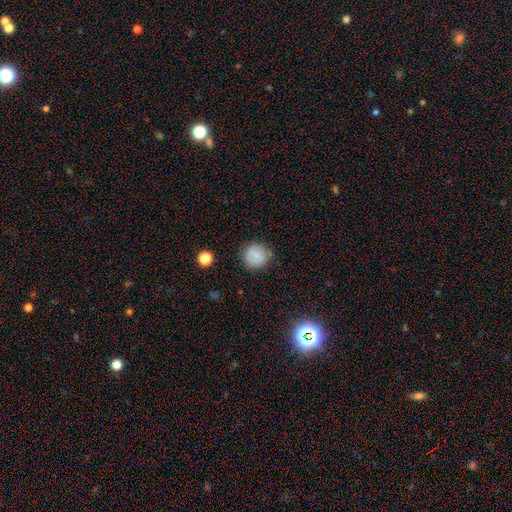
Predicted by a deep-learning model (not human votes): The model was most divided on "merging": none: 79%, minor disturbance: 16%, major disturbance: 4%, merger: 1%. More confident: how rounded — round (88%); smooth or featured — smooth (78%).